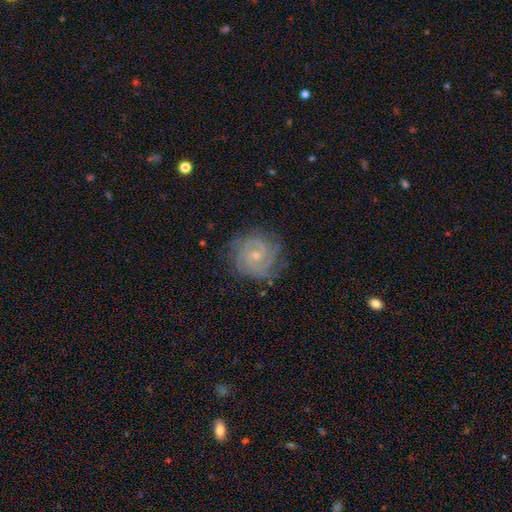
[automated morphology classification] This appears to be a featured or disk galaxy (89%) with no bar (66%), 2 (52%) tight (73%) spiral arms (98%) and a small central bulge (72%). Merging: none (79%).